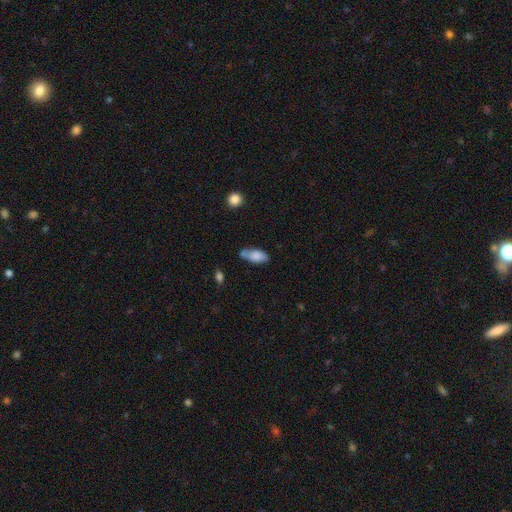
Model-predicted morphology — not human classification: A smooth galaxy with no disk features (76%) that is in between round and cigar-shaped (86%). Merging: none (55%).